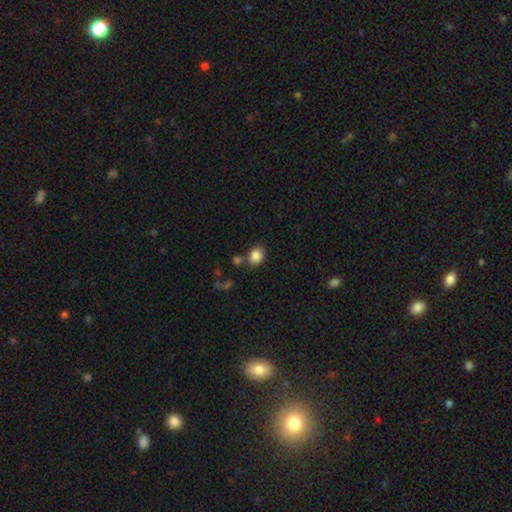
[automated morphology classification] smooth-or-featured: smooth: 86% | star or artifact: 10% | featured or disk: 5%
  how-rounded: round: 62% | in between: 37% | cigar-shaped: 1%
  merging: none: 69% | minor disturbance: 13% | merger: 13% | major disturbance: 5%